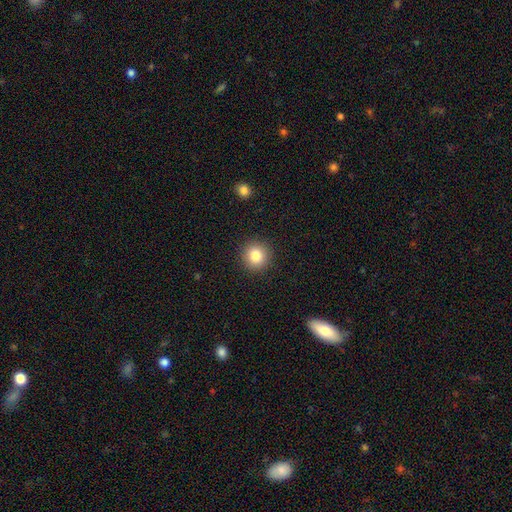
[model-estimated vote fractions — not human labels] smooth 83%, star or artifact 11%, featured or disk 7%. Down the decision tree: how rounded — round (92%); merging — none (91%).